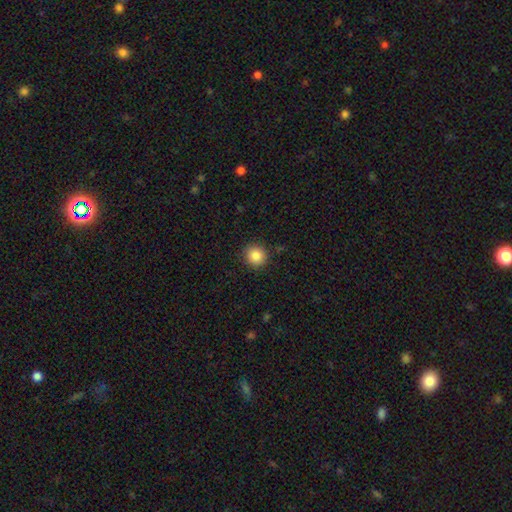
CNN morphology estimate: The model was most divided on "smooth or featured": smooth: 86%, star or artifact: 10%, featured or disk: 4%. More confident: how rounded — round (92%); merging — none (90%).